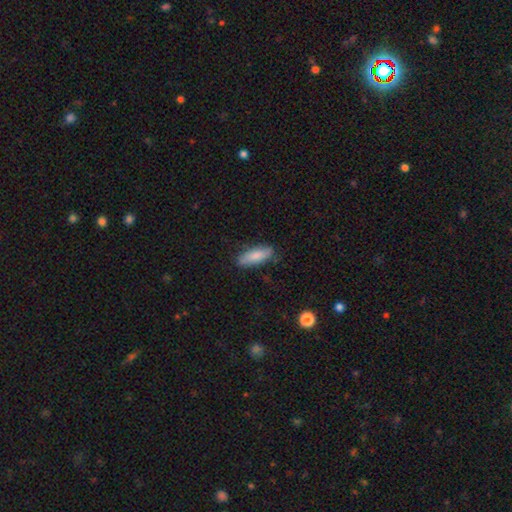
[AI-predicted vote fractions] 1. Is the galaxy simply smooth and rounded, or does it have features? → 82% smooth, 12% featured or disk, 6% star or artifact.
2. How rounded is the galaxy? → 64% in between, 34% cigar-shaped, 2% round.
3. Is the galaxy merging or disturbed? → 79% none, 16% minor disturbance, 3% major disturbance, 1% merger.